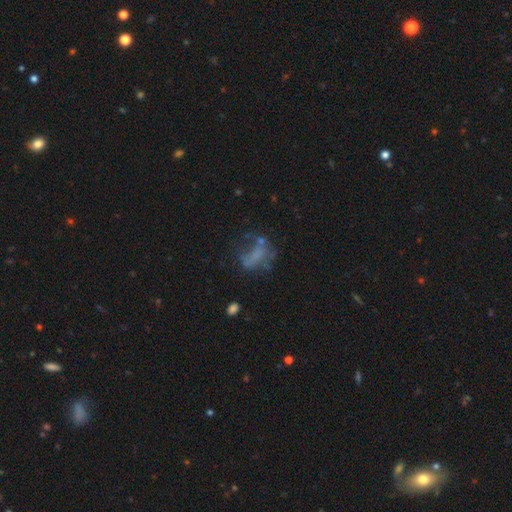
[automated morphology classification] Q: Smooth or featured?
A: featured or disk (41%); runner-up: smooth (40%)
Q: Merging?
A: major disturbance (35%); tied with: none (35%)